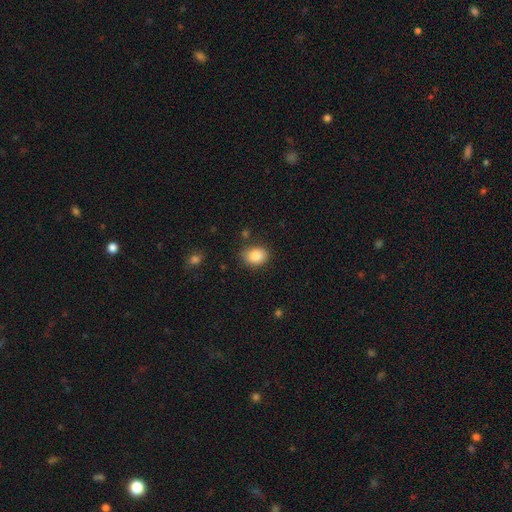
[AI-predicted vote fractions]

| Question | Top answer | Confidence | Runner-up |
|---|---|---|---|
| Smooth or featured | smooth | 87% | star or artifact (8%) |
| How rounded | in between | 56% | round (43%) |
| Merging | none | 81% | minor disturbance (13%) |